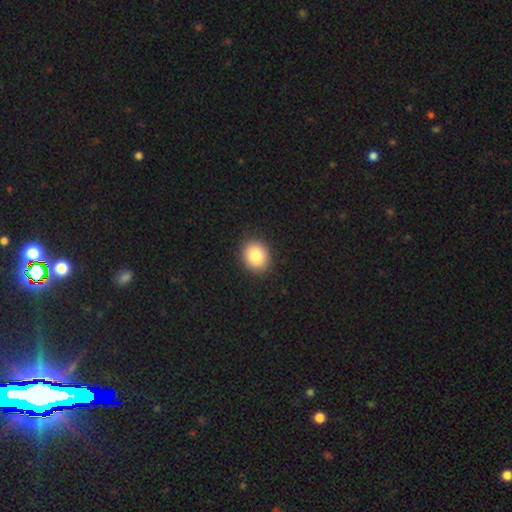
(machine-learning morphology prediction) Smooth or featured? smooth (84%)
How rounded? round (69%)
Merging? none (91%)